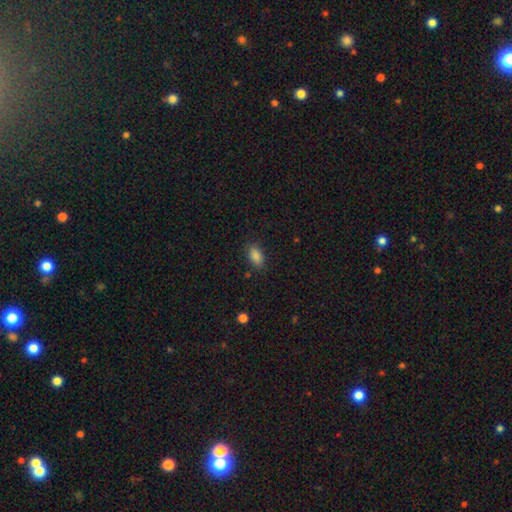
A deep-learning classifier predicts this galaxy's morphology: This appears to be a smooth galaxy with no disk features (87%) that is in between round and cigar-shaped (90%). Merging: none (84%).